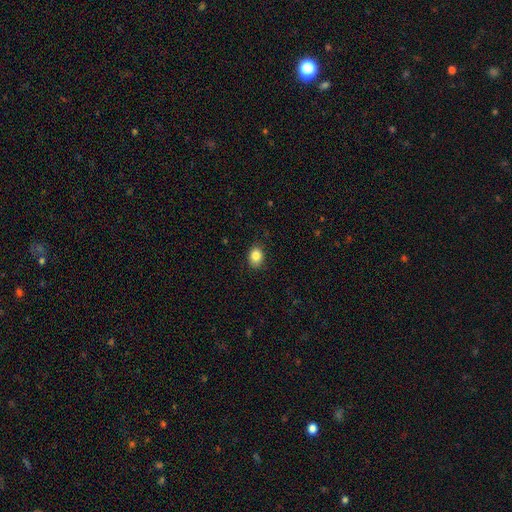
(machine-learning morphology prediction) smooth-or-featured: smooth: 86% | star or artifact: 9% | featured or disk: 5%
  how-rounded: in between: 60% | round: 39% | cigar-shaped: 1%
  merging: none: 84% | minor disturbance: 12% | major disturbance: 3% | merger: 1%